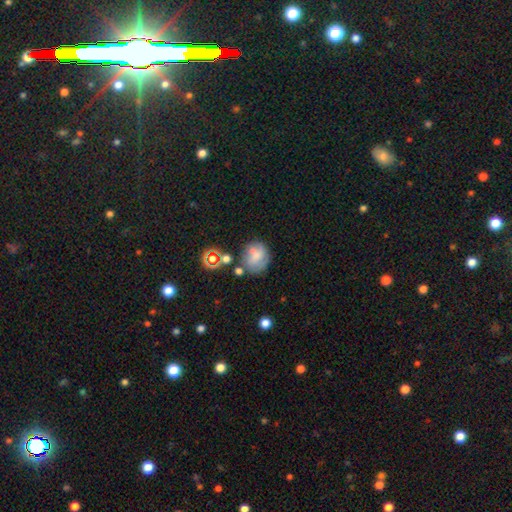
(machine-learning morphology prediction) A smooth galaxy with no disk features (61%) that is round (73%).

Vote fractions:
- Smooth or featured? smooth: 61% / featured or disk: 25% / star or artifact: 14%
- How rounded? round: 73% / in between: 26% / cigar-shaped: 1%
- Merging? none: 54% / minor disturbance: 22% / major disturbance: 12% / merger: 12%